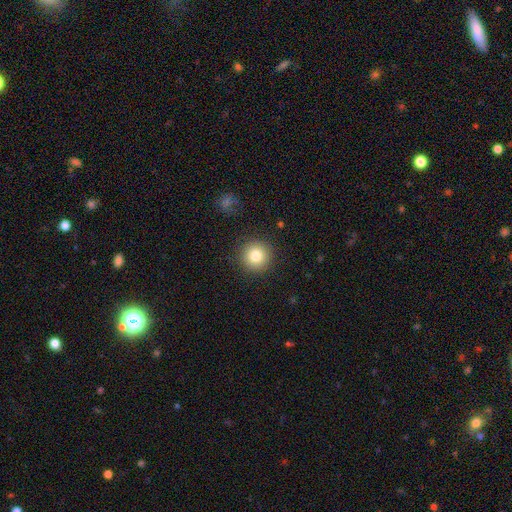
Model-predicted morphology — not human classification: A smooth galaxy with no disk features (81%) that is round (95%). Merging: none (90%).